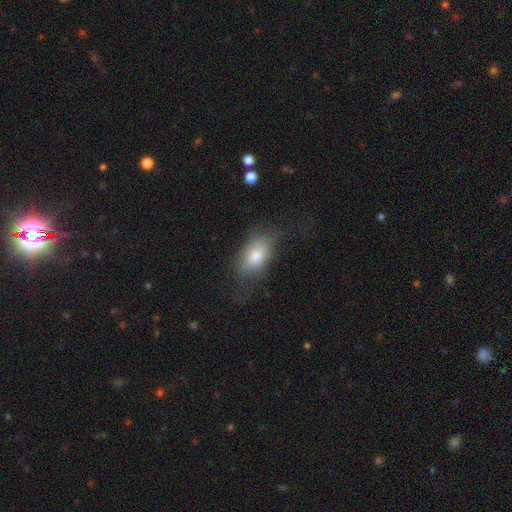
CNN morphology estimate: Smooth or featured: smooth — 75% (featured or disk — 17%)
How rounded: in between — 89% (round — 7%)
Merging: none — 54% (minor disturbance — 25%)